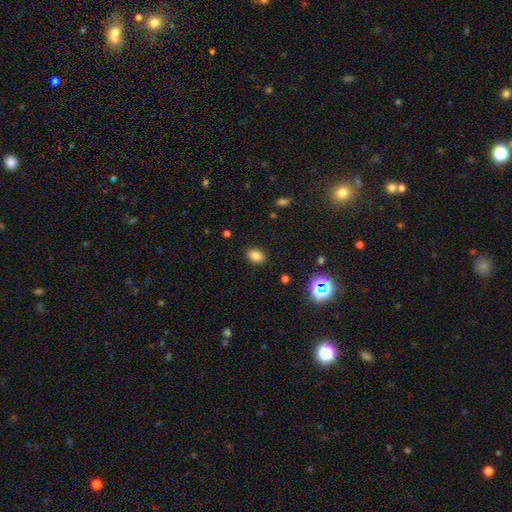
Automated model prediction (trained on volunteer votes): Smooth or featured? Predicted: smooth (p=0.82). How rounded? Predicted: in between (p=0.74). Merging? Predicted: none (p=0.87).